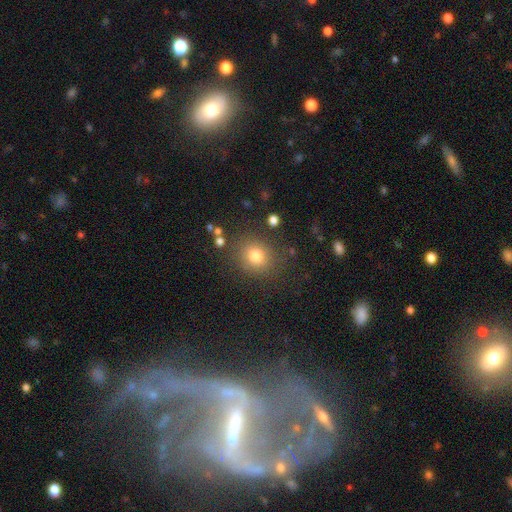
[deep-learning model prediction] A smooth galaxy with no disk features (78%) that is round (78%).

Vote fractions:
- Smooth or featured? smooth: 78% / star or artifact: 14% / featured or disk: 8%
- How rounded? round: 78% / in between: 21% / cigar-shaped: 1%
- Merging? none: 82% / minor disturbance: 10% / major disturbance: 4% / merger: 3%